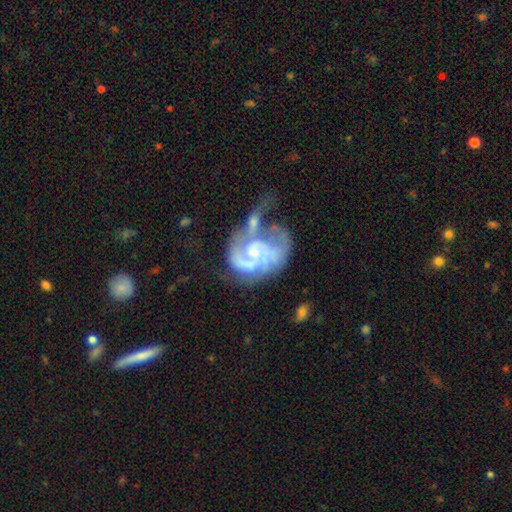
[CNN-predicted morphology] The model was most divided on "spiral winding": medium: 43%, tight: 36%, loose: 21%. Remaining: edge-on disk — no (98%); spiral arms — yes (89%); smooth or featured — featured or disk (82%); bar — no (66%); bulge size — small (54%); spiral arm count — 2 (51%); merging — major disturbance (35%).